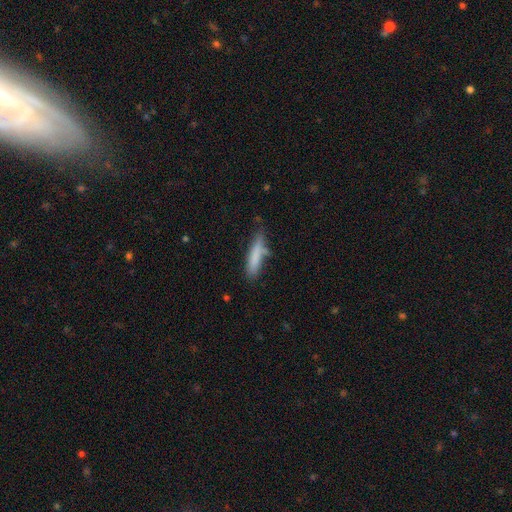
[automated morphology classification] smooth 80%, featured or disk 14%, star or artifact 7%. Down the decision tree: how rounded — cigar-shaped (80%); merging — none (62%).